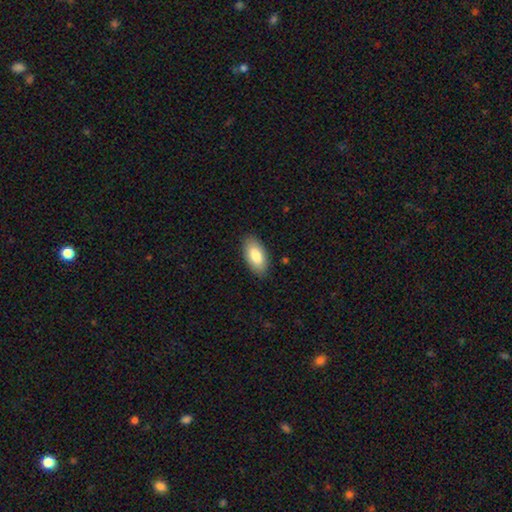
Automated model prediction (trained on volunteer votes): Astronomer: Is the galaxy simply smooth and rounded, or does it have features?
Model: smooth — 83%.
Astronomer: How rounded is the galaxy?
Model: in between — 93%.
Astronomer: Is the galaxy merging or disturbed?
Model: none — 87%.